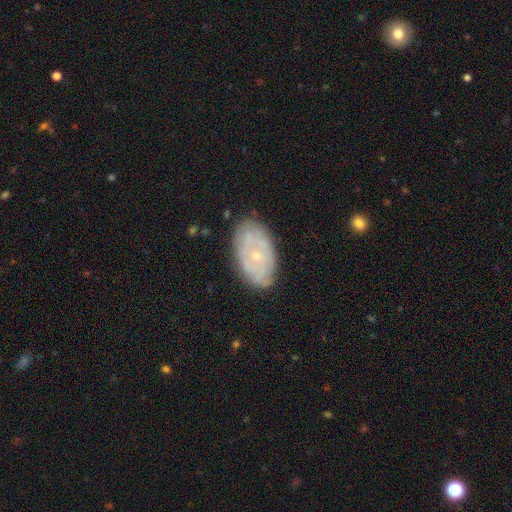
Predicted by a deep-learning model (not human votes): Smooth or featured? Predicted: featured or disk (p=0.61). Edge-on disk? Predicted: no (p=0.94). Bar? Predicted: no (p=0.87). Spiral arms? Predicted: yes (p=0.54). Bulge size? Predicted: small (p=0.74). Merging? Predicted: none (p=0.80).